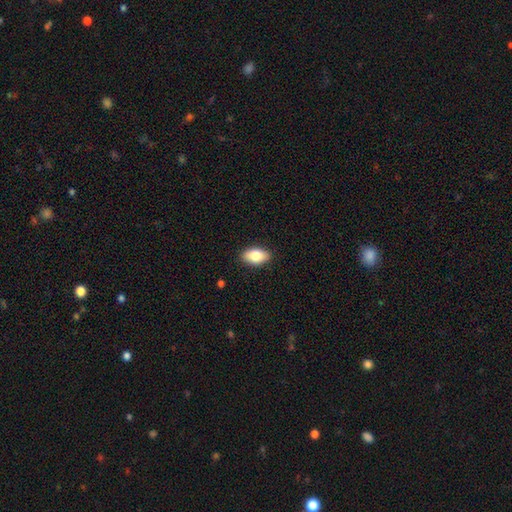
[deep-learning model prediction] smooth-or-featured: smooth: 83% | featured or disk: 10% | star or artifact: 7%
  how-rounded: in between: 91% | round: 6% | cigar-shaped: 3%
  merging: none: 88% | minor disturbance: 9% | major disturbance: 2% | merger: 1%